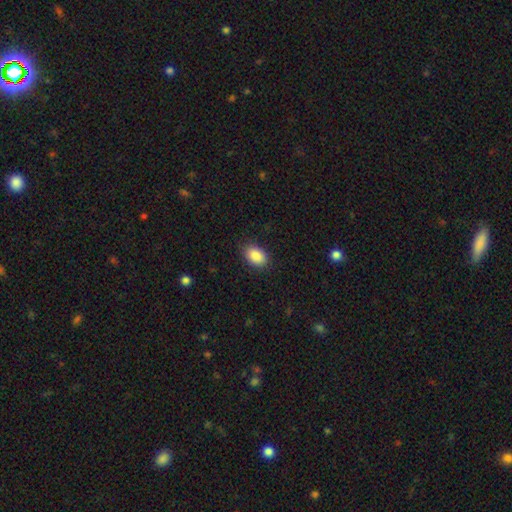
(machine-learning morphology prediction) type=smooth (89%); roundness=in between (87%); merging=none (84%).